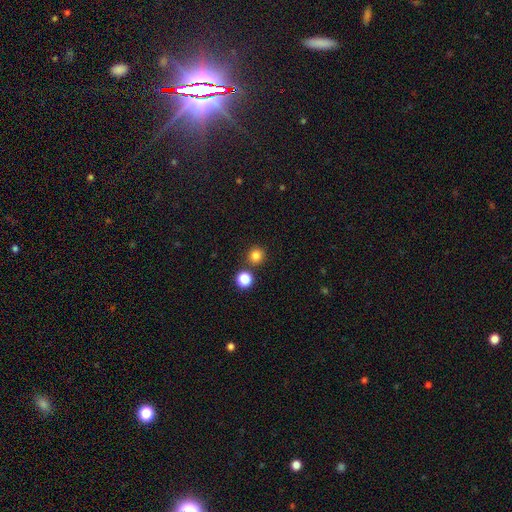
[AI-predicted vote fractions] Morphology: type=smooth (81%); roundness=round (93%); merging=none (85%).